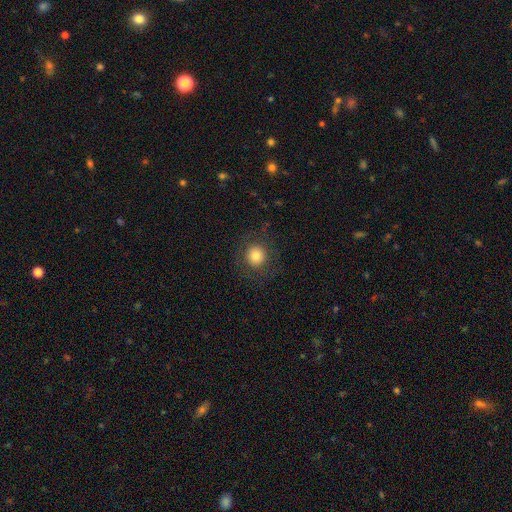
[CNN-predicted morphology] smooth 80%, star or artifact 10%, featured or disk 10%. Down the decision tree: how rounded — round (92%); merging — none (84%).